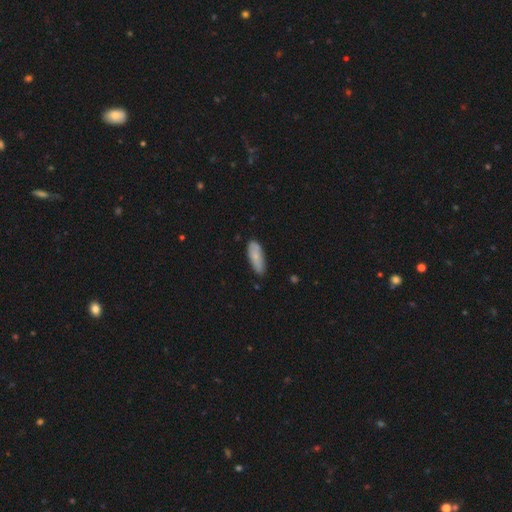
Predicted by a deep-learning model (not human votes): The model was most divided on "how rounded": in between: 69%, cigar-shaped: 29%, round: 2%. More confident: smooth or featured — smooth (76%); merging — none (74%).